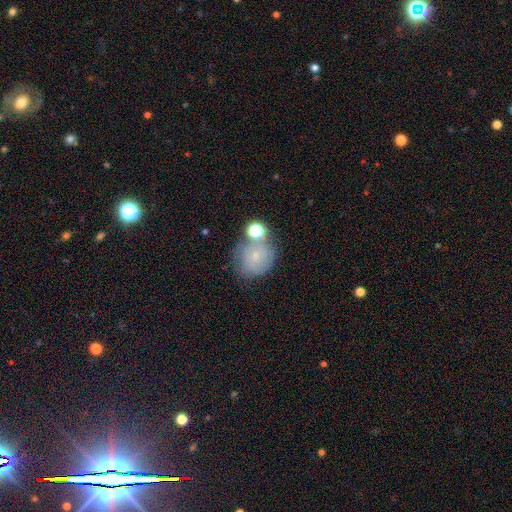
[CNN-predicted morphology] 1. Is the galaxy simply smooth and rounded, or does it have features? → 64% smooth, 22% featured or disk, 13% star or artifact.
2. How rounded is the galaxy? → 78% round, 21% in between, 1% cigar-shaped.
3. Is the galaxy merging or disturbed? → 53% none, 20% merger, 18% minor disturbance, 8% major disturbance.